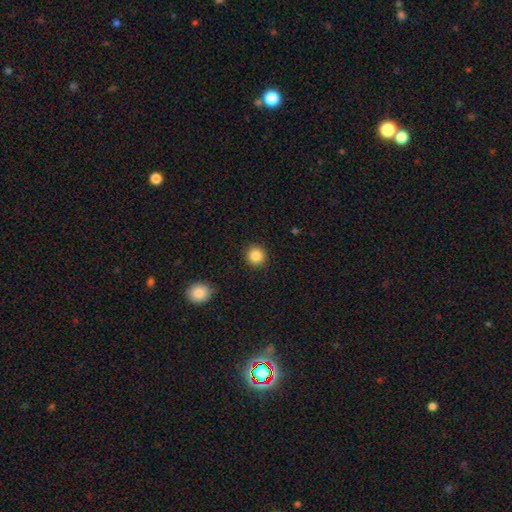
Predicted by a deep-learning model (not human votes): A smooth galaxy with no disk features (86%) that is round (94%).

Vote fractions:
- Smooth or featured? smooth: 86% / star or artifact: 10% / featured or disk: 4%
- How rounded? round: 94% / in between: 5% / cigar-shaped: 1%
- Merging? none: 91% / minor disturbance: 5% / major disturbance: 2% / merger: 1%